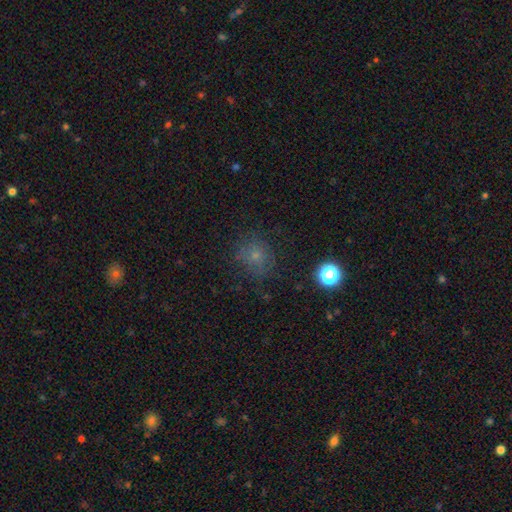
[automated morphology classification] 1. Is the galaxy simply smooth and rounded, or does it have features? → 63% smooth, 24% star or artifact, 14% featured or disk.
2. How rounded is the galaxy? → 79% round, 20% in between, 1% cigar-shaped.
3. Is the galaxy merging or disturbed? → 73% none, 17% minor disturbance, 8% major disturbance, 2% merger.